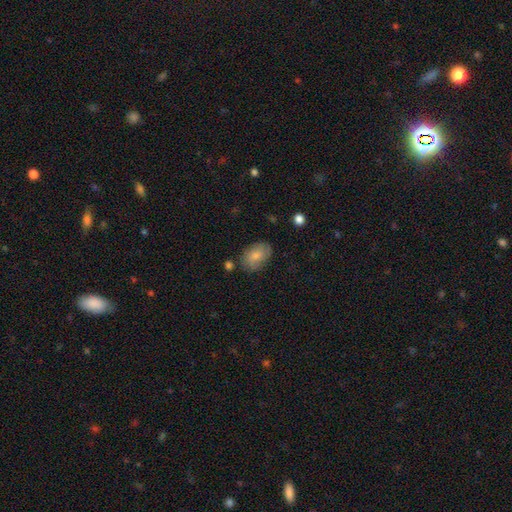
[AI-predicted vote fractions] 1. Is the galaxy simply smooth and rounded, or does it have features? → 79% smooth, 14% featured or disk, 7% star or artifact.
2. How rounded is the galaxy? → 86% in between, 12% round, 1% cigar-shaped.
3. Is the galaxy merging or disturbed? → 75% none, 18% minor disturbance, 4% major disturbance, 3% merger.